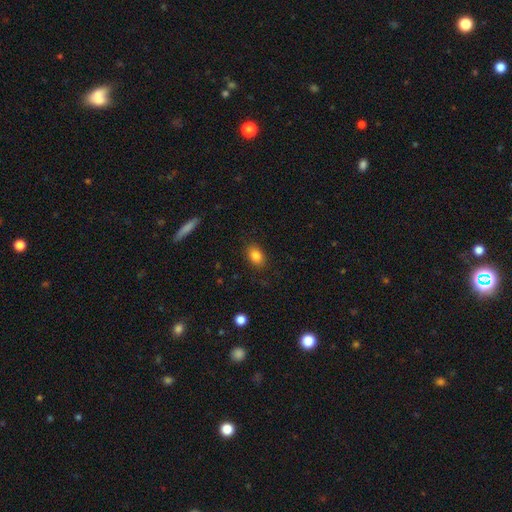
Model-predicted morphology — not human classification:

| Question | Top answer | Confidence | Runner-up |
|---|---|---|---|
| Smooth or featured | smooth | 84% | star or artifact (9%) |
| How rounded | in between | 79% | round (19%) |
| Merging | none | 86% | minor disturbance (10%) |